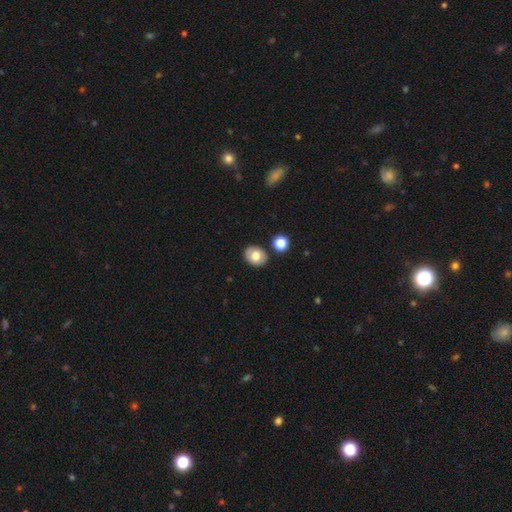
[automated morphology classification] smooth 71%, featured or disk 20%, star or artifact 9%. Down the decision tree: how rounded — in between (51%); merging — none (85%).